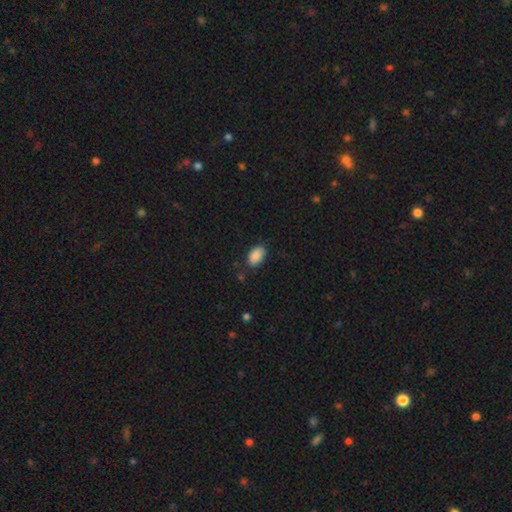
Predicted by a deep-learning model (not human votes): This is clearly a smooth galaxy (89%). How rounded: clearly in between (93%). Merging: clearly none (80%).